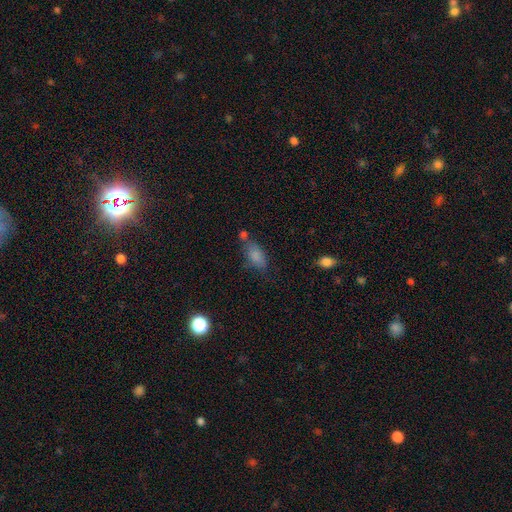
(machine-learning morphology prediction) smooth_or_featured: smooth (p=0.80) [alt: star or artifact p=0.11]
how_rounded: in between (p=0.87) [alt: cigar-shaped p=0.08]
merging: none (p=0.51) [alt: minor disturbance p=0.24]